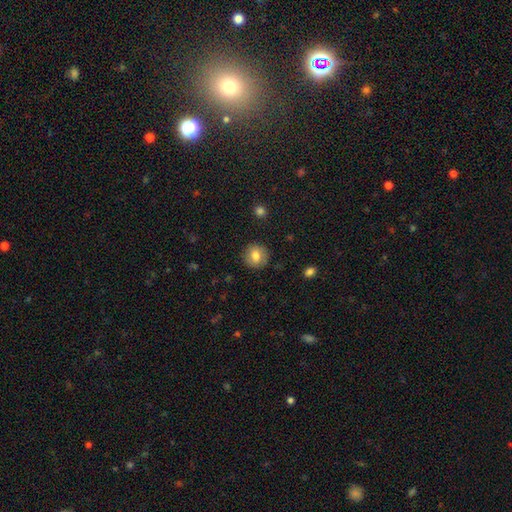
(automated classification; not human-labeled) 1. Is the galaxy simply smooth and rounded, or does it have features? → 78% smooth, 13% featured or disk, 9% star or artifact.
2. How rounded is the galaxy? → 90% round, 9% in between, 1% cigar-shaped.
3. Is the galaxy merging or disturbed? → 89% none, 8% minor disturbance, 2% major disturbance, 1% merger.